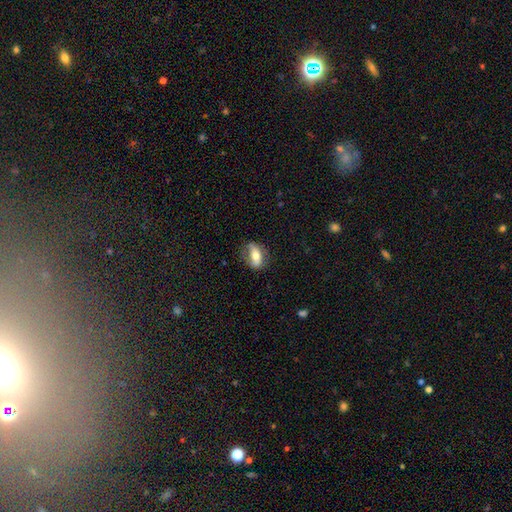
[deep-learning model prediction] This is possibly a smooth galaxy (53%). How rounded: likely in between (78%). Merging: likely none (71%).